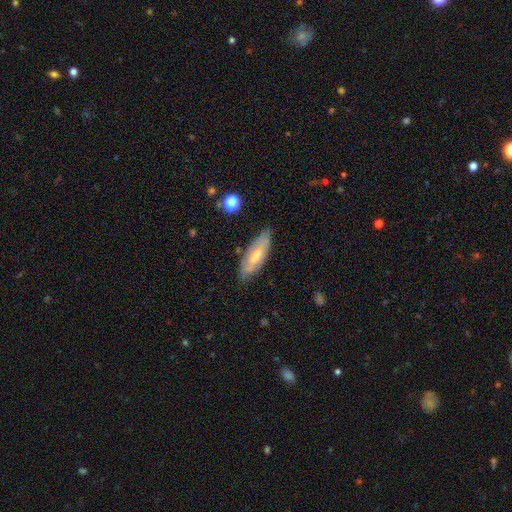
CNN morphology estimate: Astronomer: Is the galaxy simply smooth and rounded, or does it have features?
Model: featured or disk — 47% (runner-up: smooth, 46%).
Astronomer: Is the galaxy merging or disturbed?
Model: none — 78%.